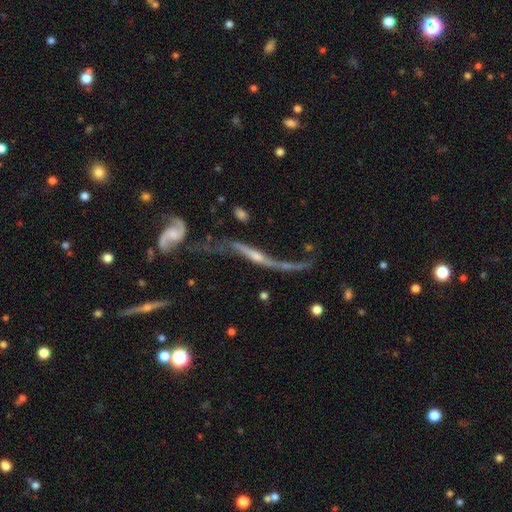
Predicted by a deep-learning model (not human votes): This appears to be a featured or disk galaxy (82%) viewed edge-on (55%). Merging: none (34%).